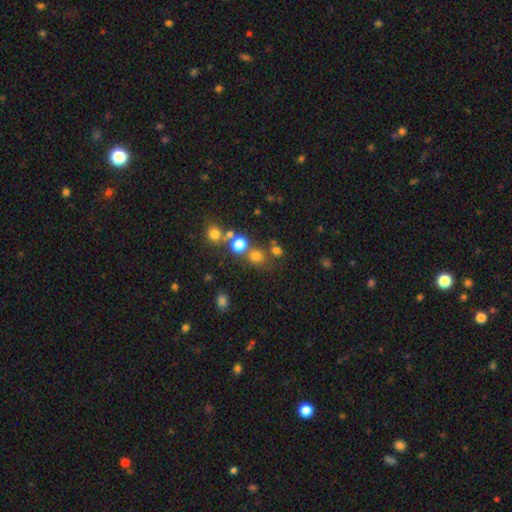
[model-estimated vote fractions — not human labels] This appears to be a smooth galaxy with no disk features (70%) that is round (87%). Merging: none (67%).